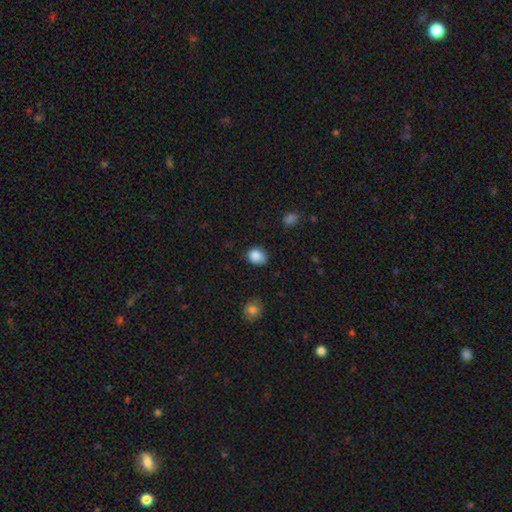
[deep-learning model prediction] Smooth or featured?
  - smooth: 87% *
  - star or artifact: 9%
  - featured or disk: 4%
How rounded?
  - round: 55% *
  - in between: 44%
  - cigar-shaped: 1%
Merging?
  - none: 73% *
  - minor disturbance: 22%
  - major disturbance: 4%
  - merger: 2%